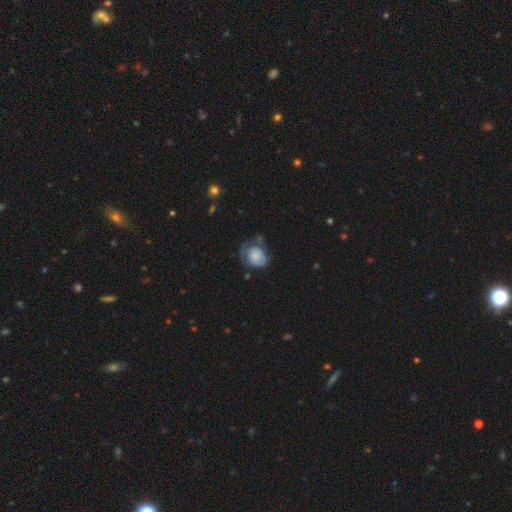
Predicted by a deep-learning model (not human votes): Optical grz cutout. It shows a smooth galaxy with no disk features (57%) that is round (56%). Merging: major disturbance (35%).